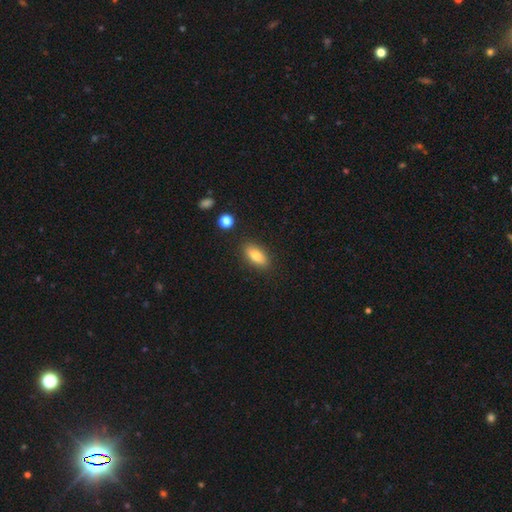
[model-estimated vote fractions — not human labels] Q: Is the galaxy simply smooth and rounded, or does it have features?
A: smooth — 79%.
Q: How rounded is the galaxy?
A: in between — 84%.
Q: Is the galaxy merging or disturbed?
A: none — 86%.